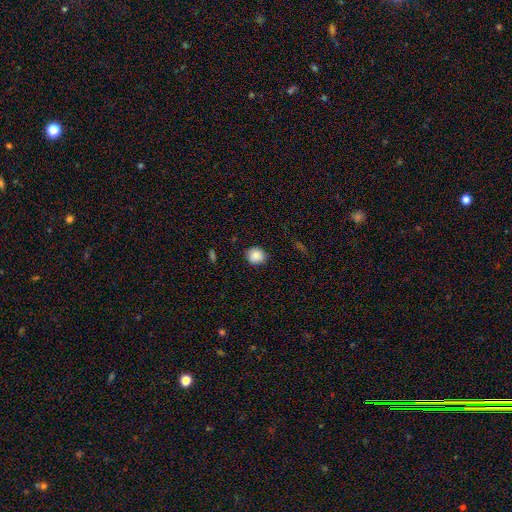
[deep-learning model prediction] Q: Smooth or featured?
A: smooth (87%); runner-up: star or artifact (9%)
Q: How rounded?
A: round (82%); runner-up: in between (17%)
Q: Merging?
A: none (87%); runner-up: minor disturbance (10%)